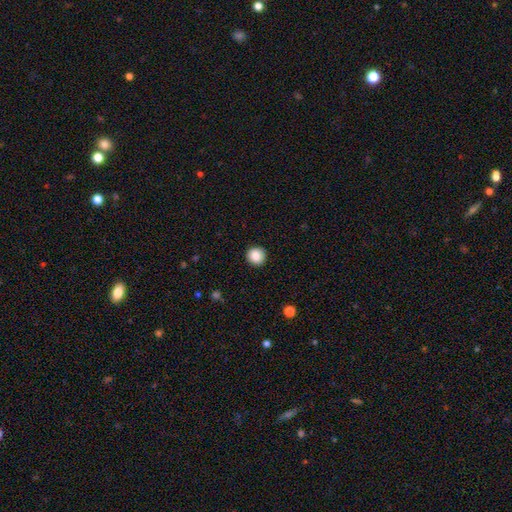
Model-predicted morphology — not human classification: Smooth or featured: smooth — 88% (star or artifact — 9%)
How rounded: round — 93% (in between — 6%)
Merging: none — 92% (minor disturbance — 6%)